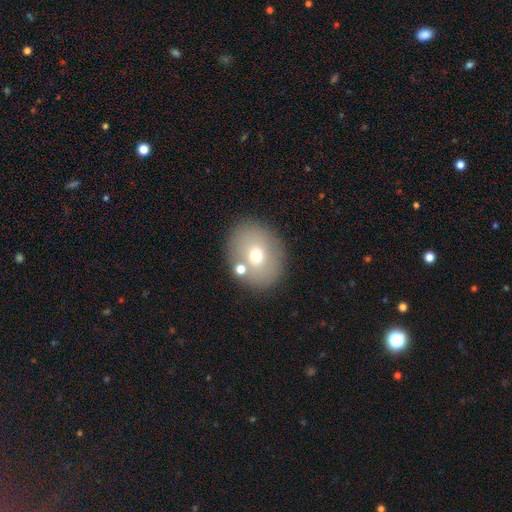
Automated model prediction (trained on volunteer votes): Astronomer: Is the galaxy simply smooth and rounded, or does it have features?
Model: smooth — 67%.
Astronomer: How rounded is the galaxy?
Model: round — 57% (runner-up: in between, 42%).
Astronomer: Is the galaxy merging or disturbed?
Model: none — 78%.